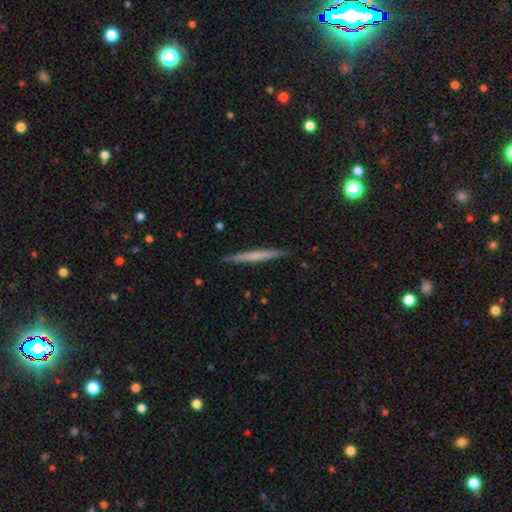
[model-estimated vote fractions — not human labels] A smooth galaxy with no disk features (49%). Merging: none (91%).